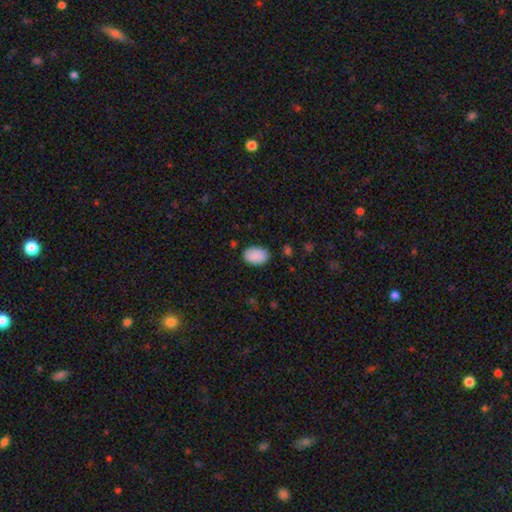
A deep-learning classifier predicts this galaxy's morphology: smooth 90%, star or artifact 6%, featured or disk 4%. Down the decision tree: how rounded — in between (90%); merging — none (84%).